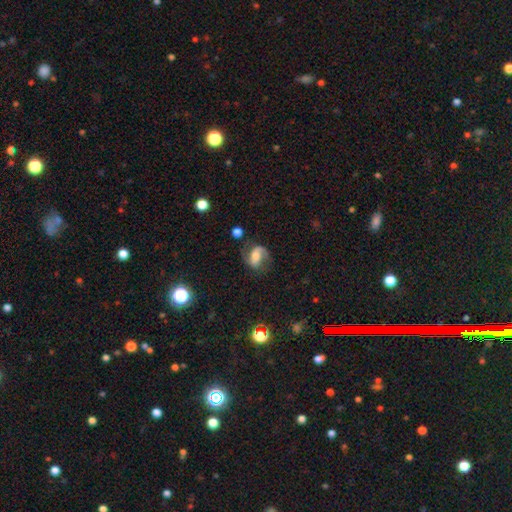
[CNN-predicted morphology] A featured or disk galaxy (74%) with a weak bar (41%), 2 (87%) medium (47%) spiral arms (93%) and a moderate central bulge (50%). Merging: none (70%).